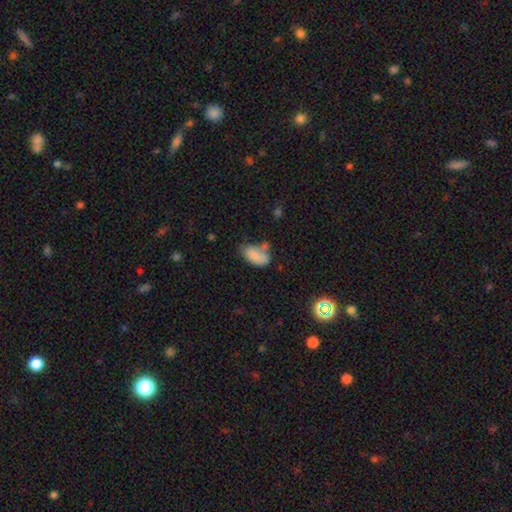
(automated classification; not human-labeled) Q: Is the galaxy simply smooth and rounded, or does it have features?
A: smooth — 81%.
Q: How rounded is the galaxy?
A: in between — 92%.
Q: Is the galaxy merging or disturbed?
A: none — 44%.